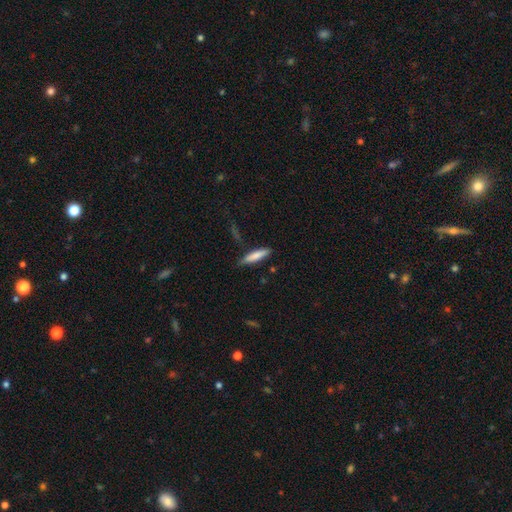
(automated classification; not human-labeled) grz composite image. It shows a smooth galaxy with no disk features (76%) that is cigar-shaped (82%). Merging: none (74%).